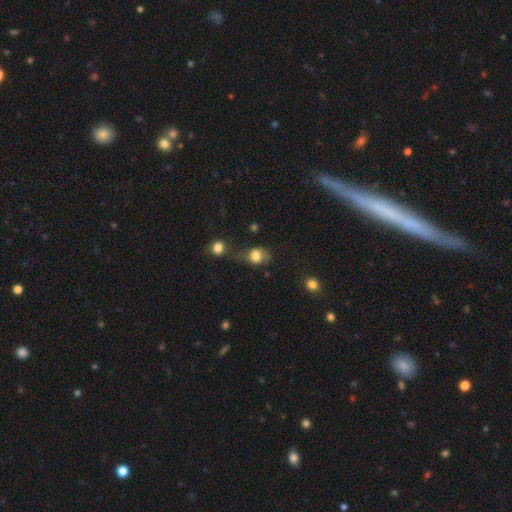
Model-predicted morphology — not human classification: Overall: smooth (78%). How rounded: round (50%; in between 49%). Merging: none (45%; minor disturbance 26%).